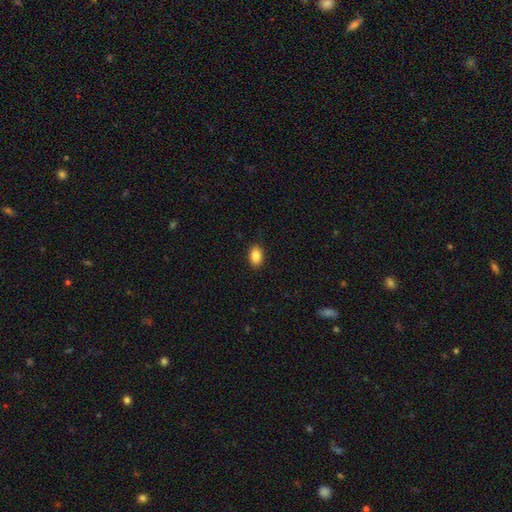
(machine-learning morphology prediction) smooth_or_featured: smooth (p=0.87) [alt: star or artifact p=0.08]
how_rounded: in between (p=0.87) [alt: round p=0.12]
merging: none (p=0.89) [alt: minor disturbance p=0.08]